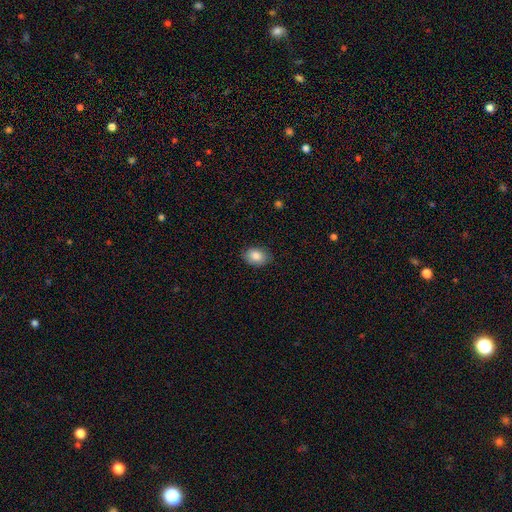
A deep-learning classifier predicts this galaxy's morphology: Smooth or featured? Predicted: smooth (p=0.87). How rounded? Predicted: in between (p=0.81). Merging? Predicted: none (p=0.85).